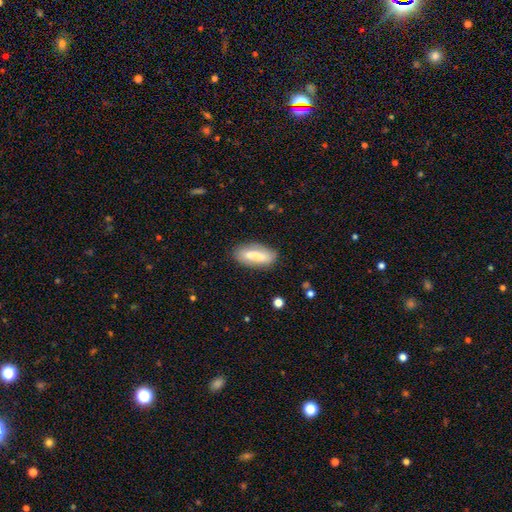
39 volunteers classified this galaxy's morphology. Smooth or featured? smooth (79%)
How rounded? in between (87%)
Merging? none (79%)